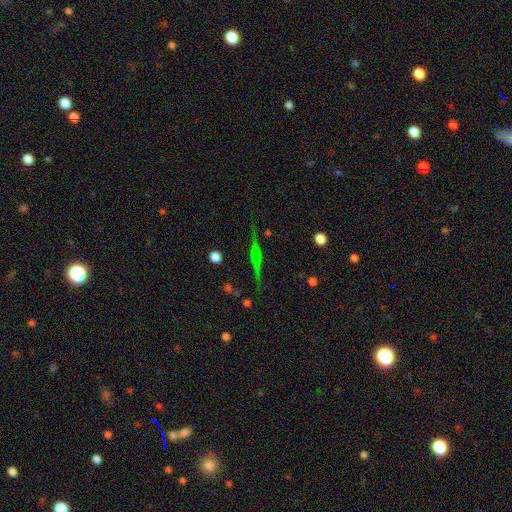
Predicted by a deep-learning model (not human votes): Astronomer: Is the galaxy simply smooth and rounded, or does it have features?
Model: smooth — 35% (runner-up: featured or disk, 34%).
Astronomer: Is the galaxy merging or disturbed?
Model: none — 79%.